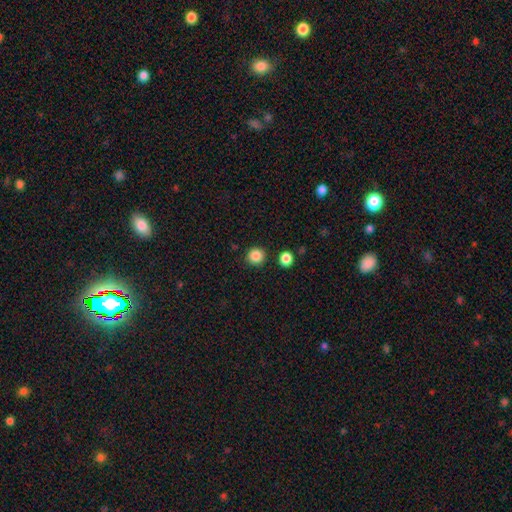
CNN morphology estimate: Smooth or featured?
  - smooth: 86% *
  - star or artifact: 10%
  - featured or disk: 3%
How rounded?
  - round: 94% *
  - in between: 5%
  - cigar-shaped: 1%
Merging?
  - none: 90% *
  - minor disturbance: 5%
  - merger: 3%
  - major disturbance: 2%